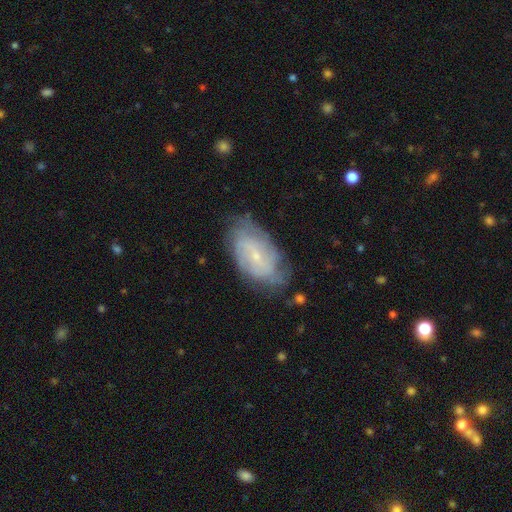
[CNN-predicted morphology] This is likely a featured or disk galaxy (68%). It is clearly not viewed edge-on (95%). Bar: possibly no (54%). Spiral arm pattern: clearly yes (85%). Spiral arm count: possibly can't tell (50%). Spiral winding: possibly tight (54%). Central bulge: likely small (79%). Merging: likely none (68%).